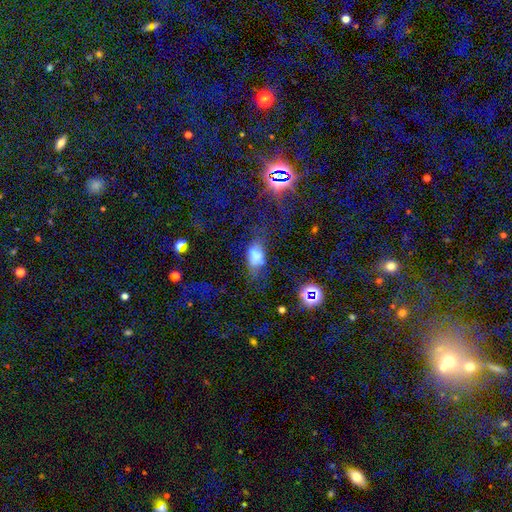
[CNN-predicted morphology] A smooth galaxy with no disk features (57%) that is in between round and cigar-shaped (84%).

Vote fractions:
- Smooth or featured? smooth: 57% / featured or disk: 25% / star or artifact: 18%
- How rounded? in between: 84% / round: 8% / cigar-shaped: 8%
- Merging? none: 37% / major disturbance: 30% / minor disturbance: 24% / merger: 9%